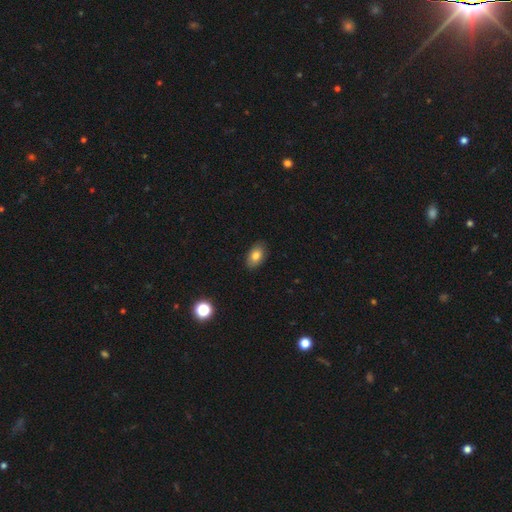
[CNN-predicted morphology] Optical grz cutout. It shows a smooth galaxy with no disk features (81%) that is in between round and cigar-shaped (91%). Merging: none (86%).